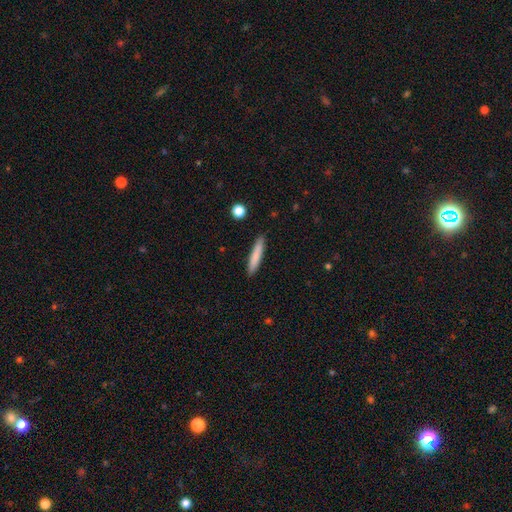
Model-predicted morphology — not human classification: Q: Smooth or featured?
A: smooth (79%); runner-up: featured or disk (14%)
Q: How rounded?
A: cigar-shaped (92%); runner-up: in between (7%)
Q: Merging?
A: none (89%); runner-up: minor disturbance (8%)